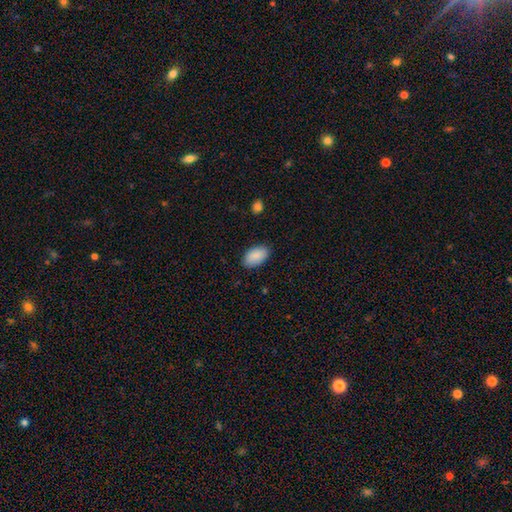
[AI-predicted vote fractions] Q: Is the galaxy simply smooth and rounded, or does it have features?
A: smooth — 89%.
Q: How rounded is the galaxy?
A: in between — 95%.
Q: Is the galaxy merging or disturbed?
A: none — 86%.